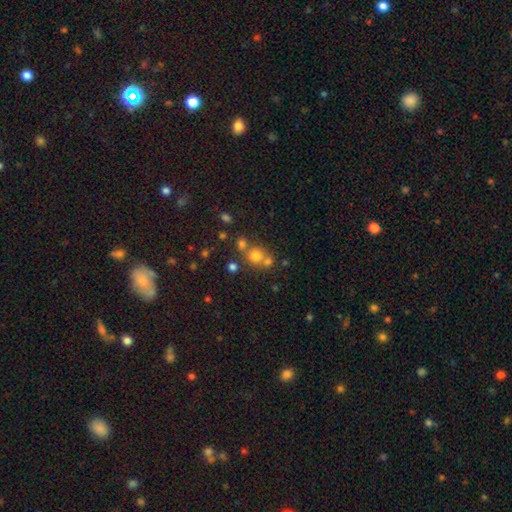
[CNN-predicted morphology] type=smooth (71%); roundness=round (86%); merging=none (56%).